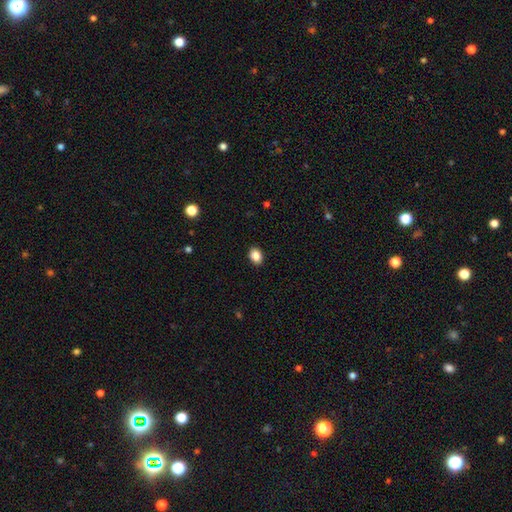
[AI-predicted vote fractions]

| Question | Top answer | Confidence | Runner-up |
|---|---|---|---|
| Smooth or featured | smooth | 86% | star or artifact (9%) |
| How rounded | in between | 68% | round (31%) |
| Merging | none | 90% | minor disturbance (7%) |